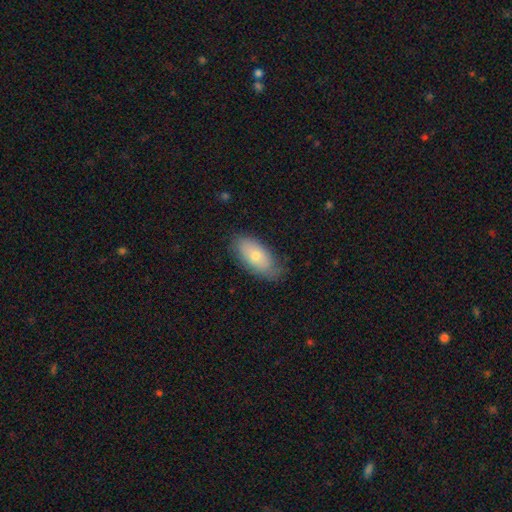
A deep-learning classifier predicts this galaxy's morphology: A smooth galaxy with no disk features (69%) that is in between round and cigar-shaped (90%).

Vote fractions:
- Smooth or featured? smooth: 69% / featured or disk: 25% / star or artifact: 7%
- How rounded? in between: 90% / cigar-shaped: 6% / round: 3%
- Merging? none: 72% / minor disturbance: 22% / major disturbance: 5% / merger: 1%